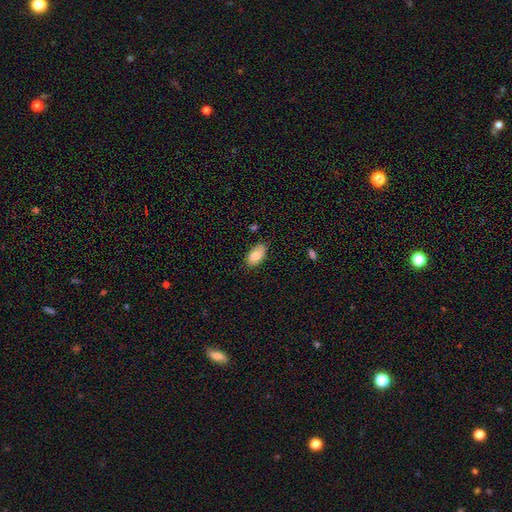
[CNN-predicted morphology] This appears to be a smooth galaxy with no disk features (76%) that is in between round and cigar-shaped (94%). Merging: none (70%).